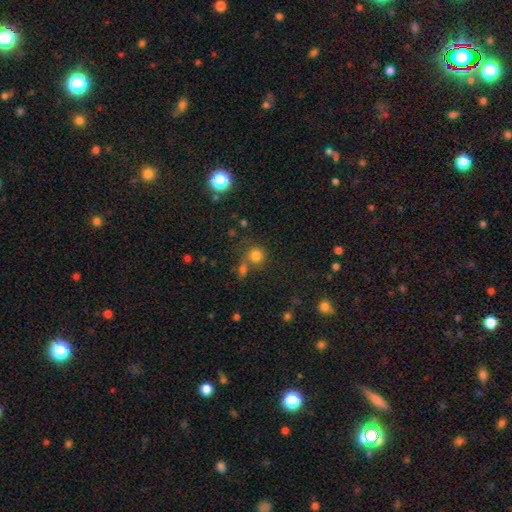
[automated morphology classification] This is likely a smooth galaxy (78%). How rounded: clearly round (88%). Merging: possibly none (58%).